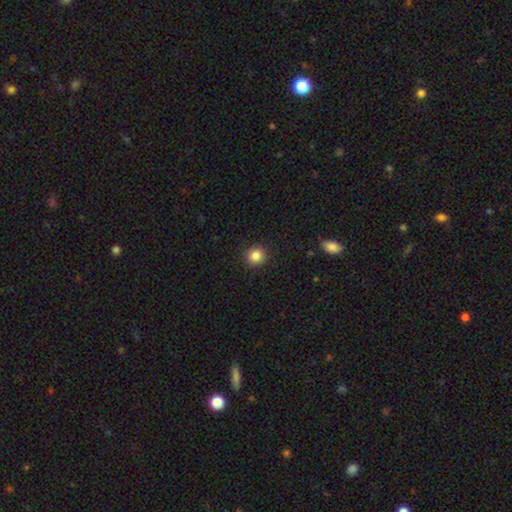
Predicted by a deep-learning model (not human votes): Smooth or featured? smooth (85%)
How rounded? round (93%)
Merging? none (92%)